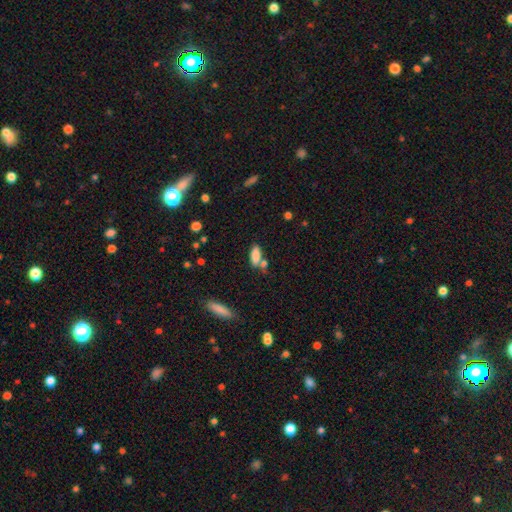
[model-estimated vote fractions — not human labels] This appears to be a smooth galaxy with no disk features (83%) that is in between round and cigar-shaped (71%). Merging: none (57%).